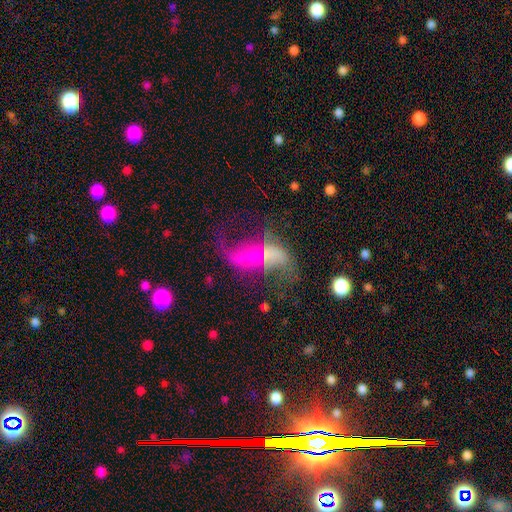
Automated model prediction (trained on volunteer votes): The model was most divided on "merging" (2-way tie): none: 31%, merger: 31%, major disturbance: 24%, minor disturbance: 14%. Remaining: edge-on disk — no (93%); spiral arms — yes (71%); smooth or featured — featured or disk (69%); bar — no (49%); bulge size — small (33%).